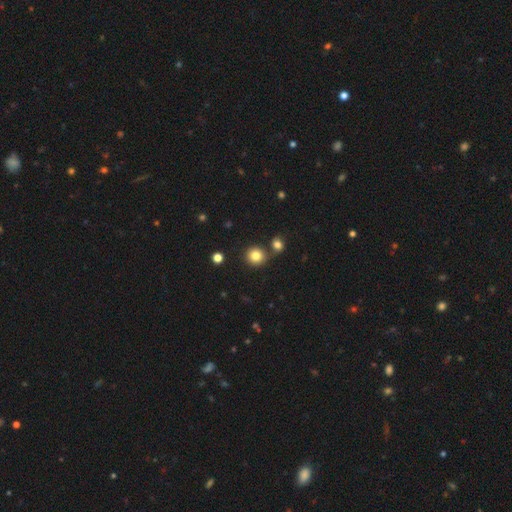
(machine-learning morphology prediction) Overall: smooth (82%). How rounded: round (91%). Merging: none (76%).